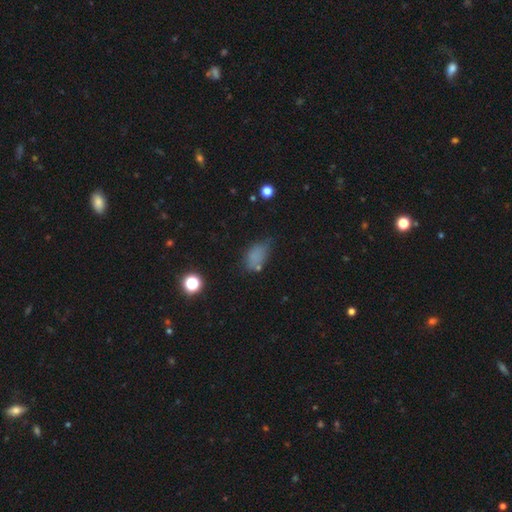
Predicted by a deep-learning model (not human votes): Overall: smooth (72%). How rounded: in between (86%). Merging: none (45%; minor disturbance 34%).